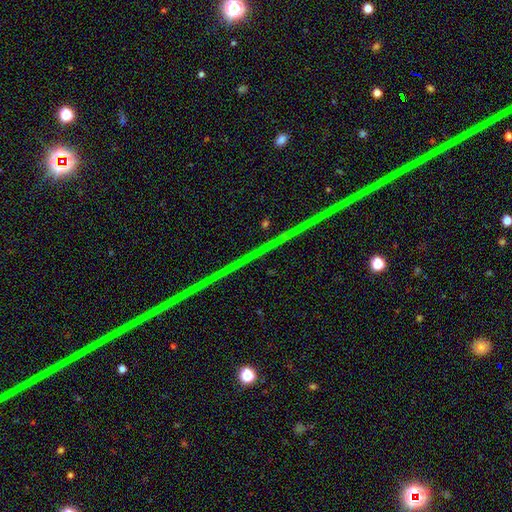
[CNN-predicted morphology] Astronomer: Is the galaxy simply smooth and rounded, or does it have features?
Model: star or artifact — 83%.